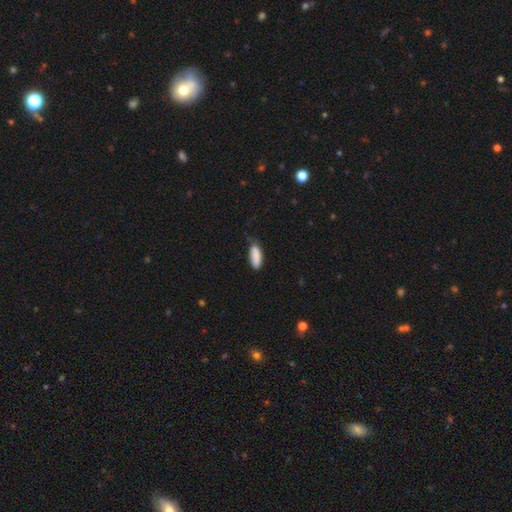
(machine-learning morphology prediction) A smooth galaxy with no disk features (88%) that is in between round and cigar-shaped (64%). Merging: none (58%).